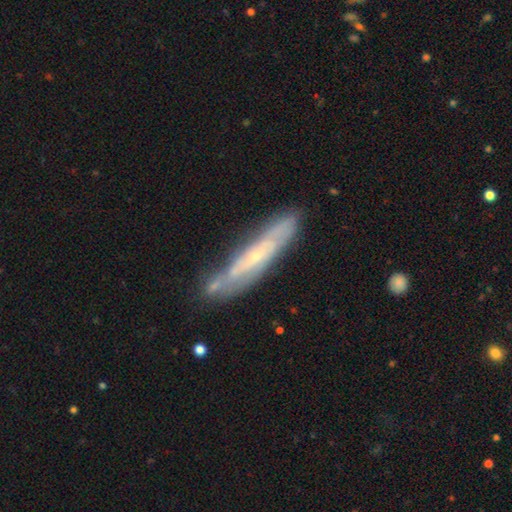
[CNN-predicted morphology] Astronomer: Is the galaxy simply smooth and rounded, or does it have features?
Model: featured or disk — 68%.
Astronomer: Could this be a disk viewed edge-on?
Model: yes — 58% (runner-up: no, 42%).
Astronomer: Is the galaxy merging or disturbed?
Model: none — 71%.